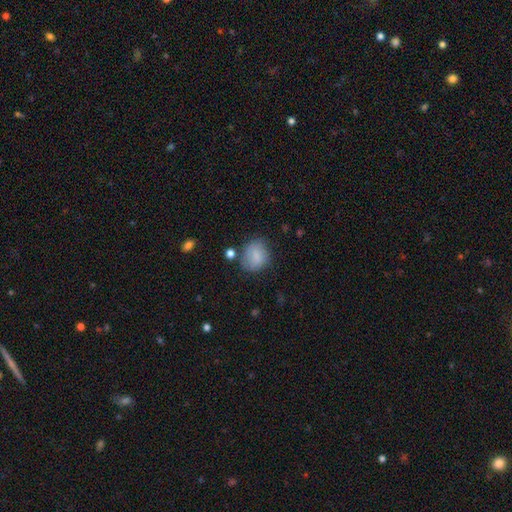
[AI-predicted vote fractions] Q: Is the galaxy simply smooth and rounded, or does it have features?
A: smooth — 80%.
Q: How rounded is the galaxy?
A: in between — 50%.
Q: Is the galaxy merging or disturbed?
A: none — 68%.